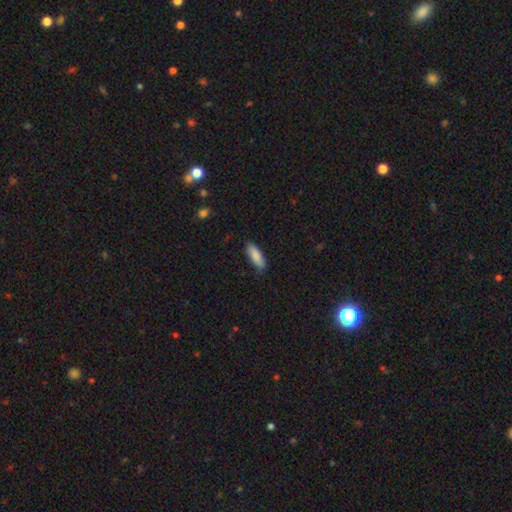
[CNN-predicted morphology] A smooth galaxy with no disk features (87%) that is in between round and cigar-shaped (58%). Merging: none (85%).